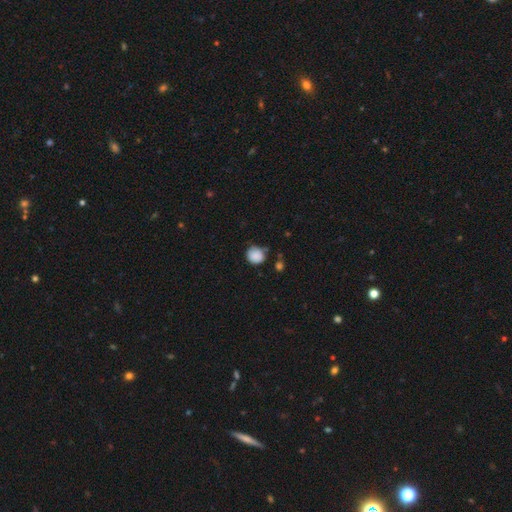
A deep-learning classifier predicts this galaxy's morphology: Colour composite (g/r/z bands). It shows a smooth galaxy with no disk features (87%) that is round (83%). Merging: none (71%).